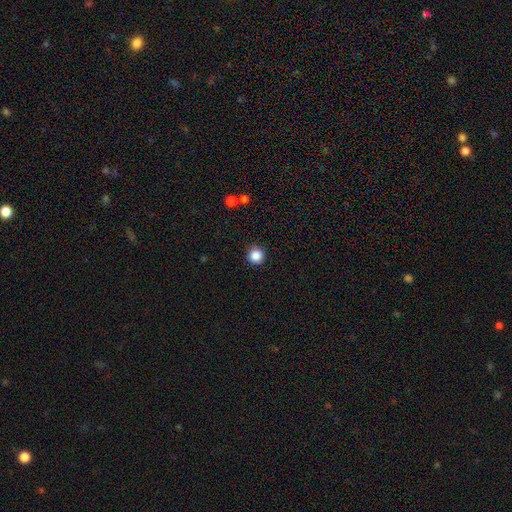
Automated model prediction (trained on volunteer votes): Smooth or featured? smooth (86%)
How rounded? round (95%)
Merging? none (92%)